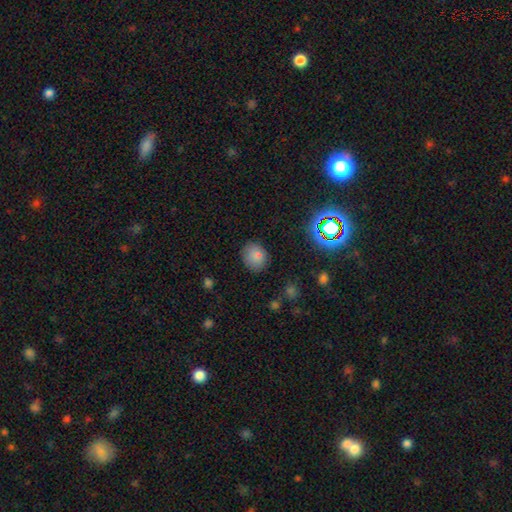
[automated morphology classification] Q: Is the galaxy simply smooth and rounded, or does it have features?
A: smooth — 80%.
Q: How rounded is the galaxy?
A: round — 65%.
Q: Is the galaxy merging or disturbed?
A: none — 83%.